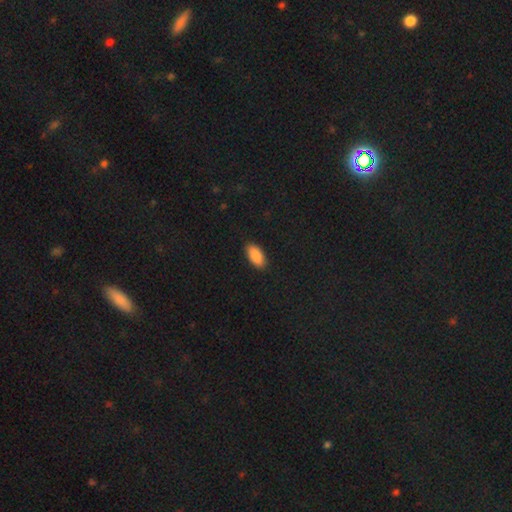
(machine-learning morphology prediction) type=smooth (89%); roundness=in between (92%); merging=none (89%).